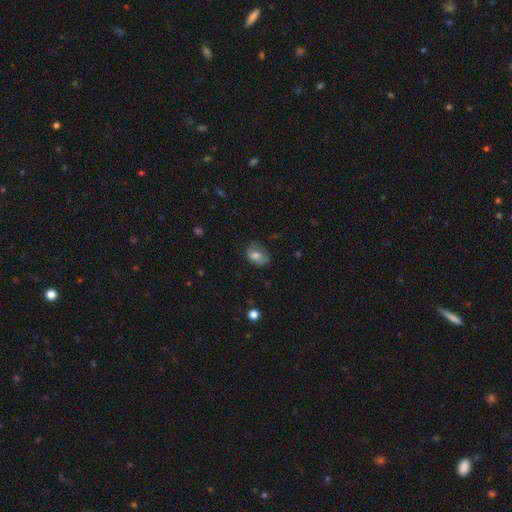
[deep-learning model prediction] Smooth or featured?
  - smooth: 67% *
  - featured or disk: 24%
  - star or artifact: 9%
How rounded?
  - in between: 72% *
  - round: 27%
  - cigar-shaped: 1%
Merging?
  - none: 56% *
  - minor disturbance: 30%
  - major disturbance: 12%
  - merger: 2%